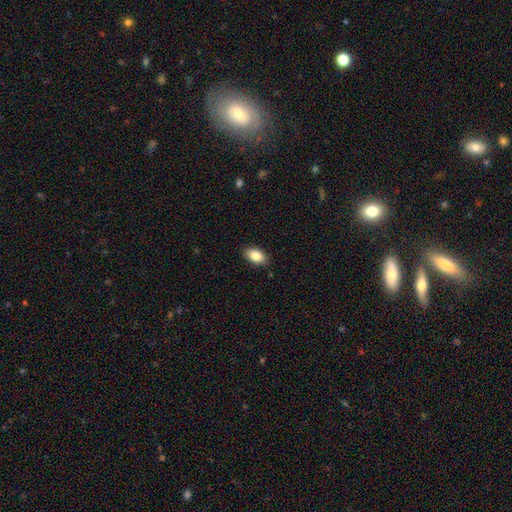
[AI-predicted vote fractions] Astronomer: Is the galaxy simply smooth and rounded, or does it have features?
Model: smooth — 86%.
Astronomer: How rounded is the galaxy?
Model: in between — 92%.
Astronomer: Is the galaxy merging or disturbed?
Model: none — 88%.